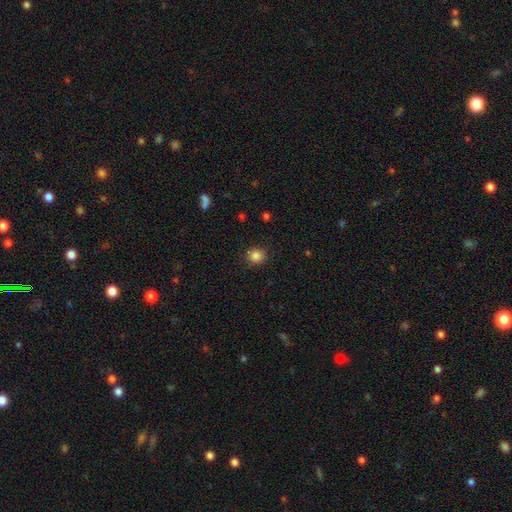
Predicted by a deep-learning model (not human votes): Overall: smooth (85%). How rounded: round (86%). Merging: none (89%).